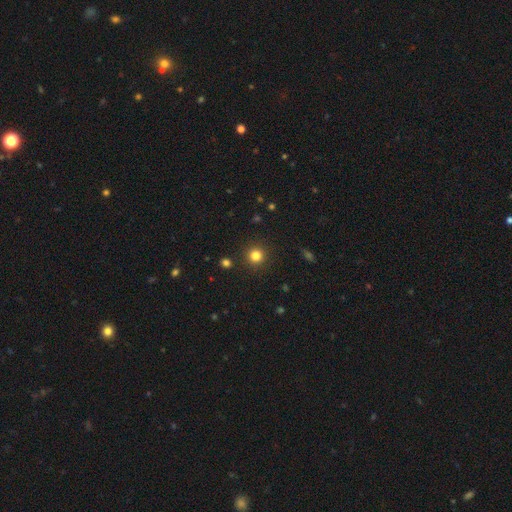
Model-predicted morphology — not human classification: smooth_or_featured: smooth (p=0.82) [alt: star or artifact p=0.13]
how_rounded: round (p=0.95) [alt: in between p=0.05]
merging: none (p=0.91) [alt: minor disturbance p=0.05]